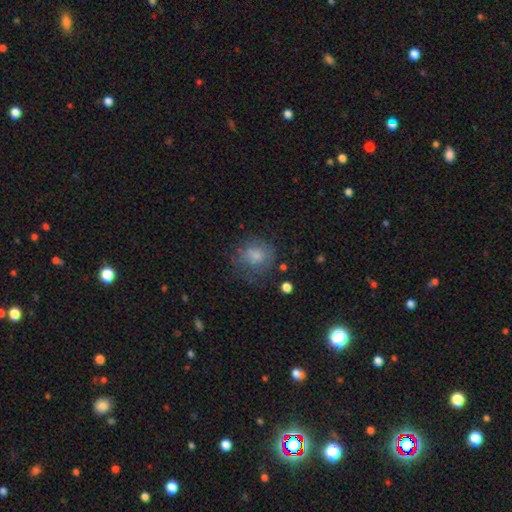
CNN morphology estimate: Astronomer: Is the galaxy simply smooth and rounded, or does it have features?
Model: smooth — 72%.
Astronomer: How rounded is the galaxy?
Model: round — 81%.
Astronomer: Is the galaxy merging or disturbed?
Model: none — 55%.